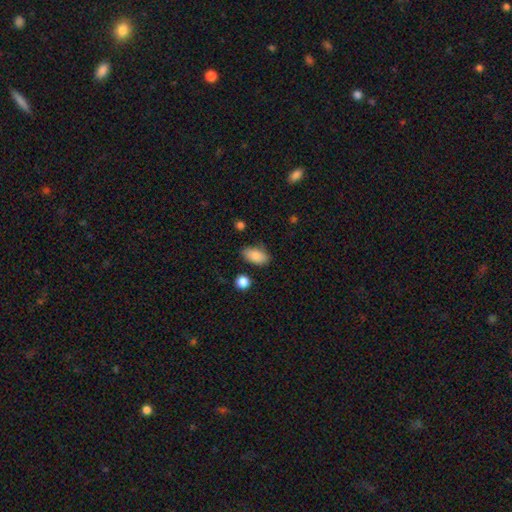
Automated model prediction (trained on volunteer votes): The model was most divided on "merging": none: 78%, minor disturbance: 16%, major disturbance: 4%, merger: 3%. More confident: how rounded — in between (92%); smooth or featured — smooth (88%).